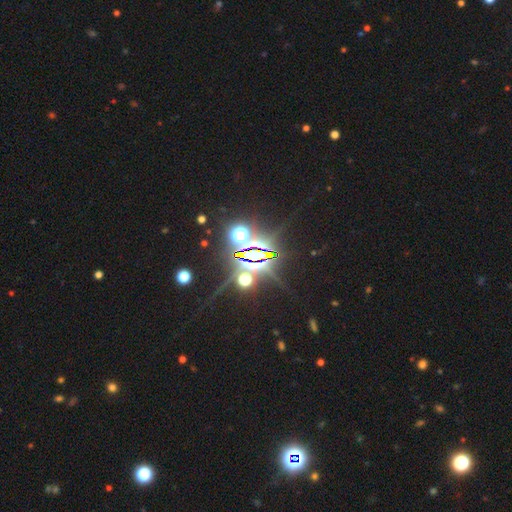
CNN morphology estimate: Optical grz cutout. It shows a star or artifact, not a galaxy (83%).